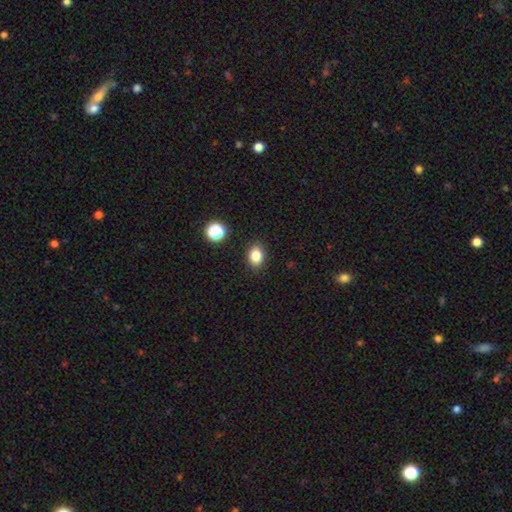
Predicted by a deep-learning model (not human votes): Overall: smooth (83%). How rounded: in between (66%; round 33%). Merging: none (89%).